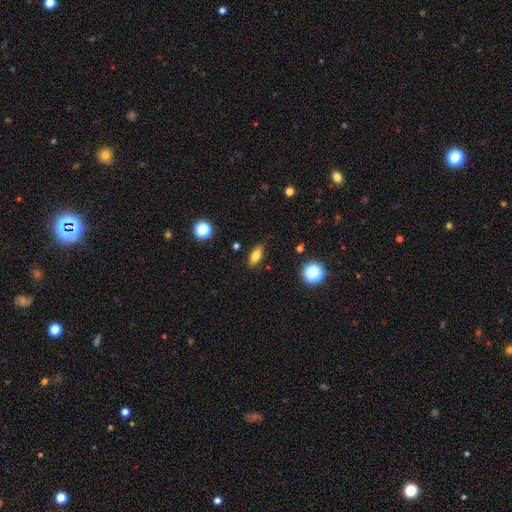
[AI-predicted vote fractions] This is likely a smooth galaxy (75%). How rounded: likely in between (75%). Merging: clearly none (86%).